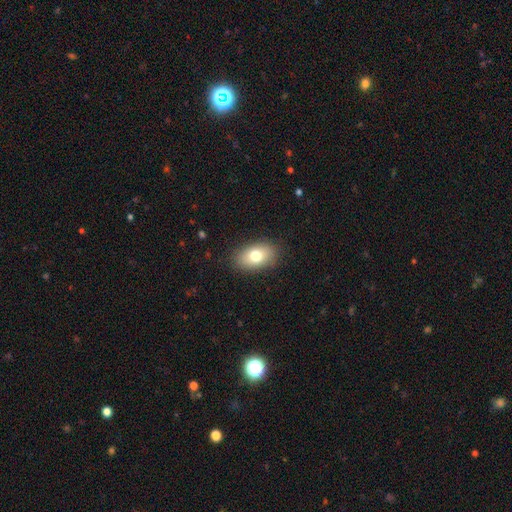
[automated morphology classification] This appears to be a smooth galaxy with no disk features (76%) that is in between round and cigar-shaped (89%). Merging: none (87%).